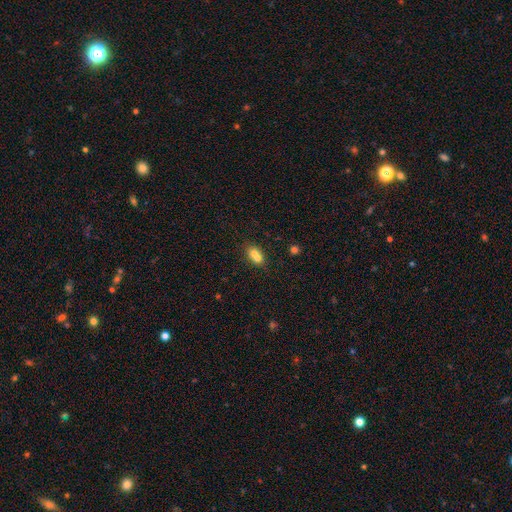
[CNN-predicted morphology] Smooth or featured? smooth (71%)
How rounded? in between (66%)
Merging? merger (54%)